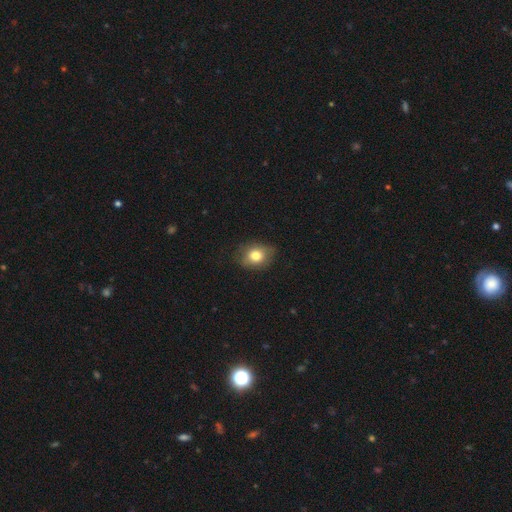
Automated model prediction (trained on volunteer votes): The model was most divided on "how rounded": in between: 56%, round: 43%, cigar-shaped: 1%. More confident: smooth or featured — smooth (77%); merging — none (75%).